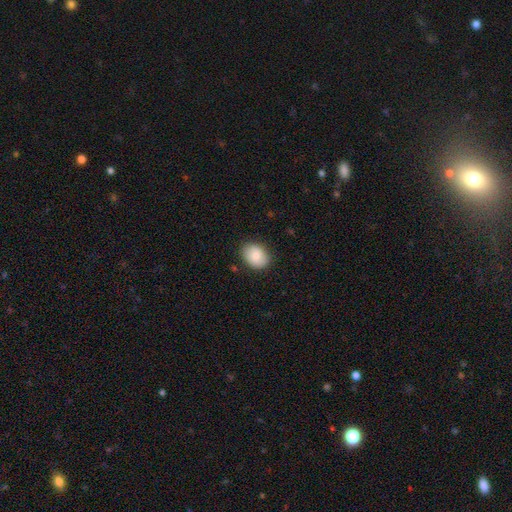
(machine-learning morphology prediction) A smooth galaxy with no disk features (83%) that is in between round and cigar-shaped (64%). Merging: none (84%).